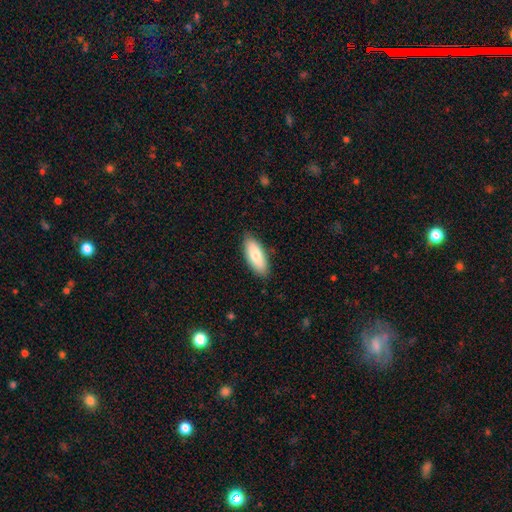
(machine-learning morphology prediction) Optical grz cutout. It shows a smooth galaxy with no disk features (79%) that is in between round and cigar-shaped (78%). Merging: none (86%).